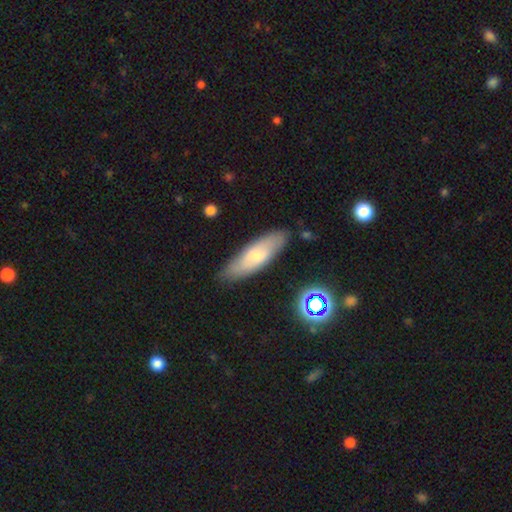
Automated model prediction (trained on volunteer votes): Smooth or featured?
  - smooth: 58% *
  - featured or disk: 35%
  - star or artifact: 7%
How rounded?
  - in between: 49% * (tied)
  - cigar-shaped: 49% * (tied)
  - round: 2%
Merging?
  - none: 81% *
  - minor disturbance: 14%
  - major disturbance: 3%
  - merger: 2%